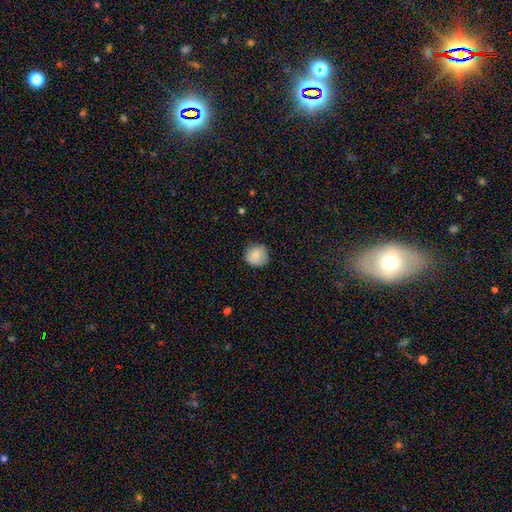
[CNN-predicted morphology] Smooth or featured: smooth — 80% (featured or disk — 13%)
How rounded: round — 92% (in between — 7%)
Merging: none — 82% (minor disturbance — 15%)